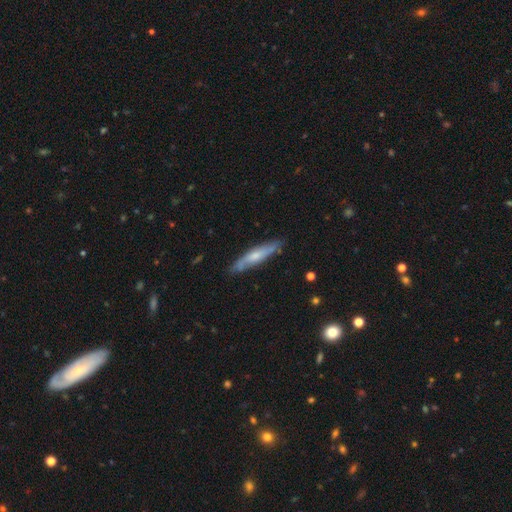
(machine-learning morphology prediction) featured or disk 49%, smooth 45%, star or artifact 6%. Down the decision tree: merging — none (81%).